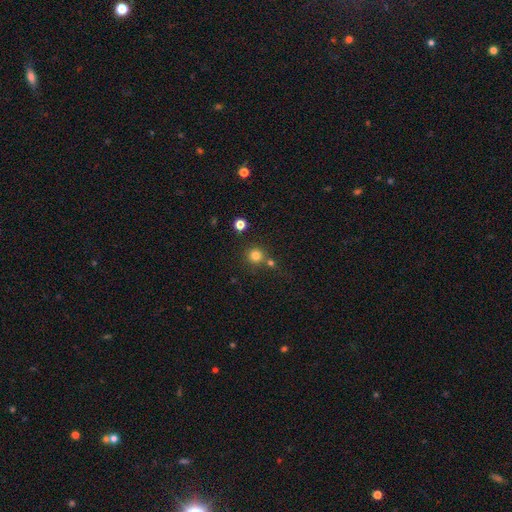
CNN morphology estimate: The model was most divided on "merging": none: 74%, merger: 15%, minor disturbance: 8%, major disturbance: 3%. More confident: how rounded — round (93%); smooth or featured — smooth (80%).